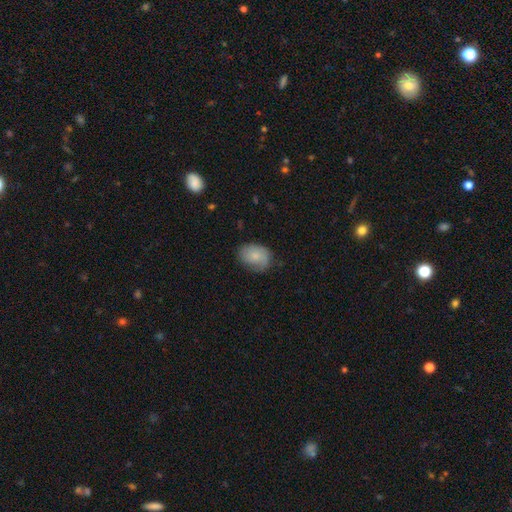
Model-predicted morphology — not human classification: A smooth galaxy with no disk features (69%) that is in between round and cigar-shaped (62%). Merging: none (65%).